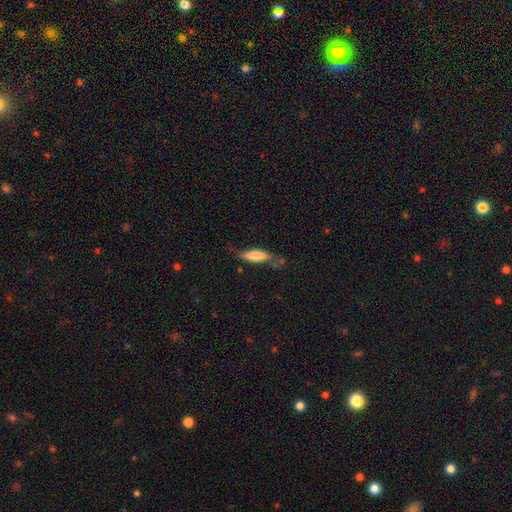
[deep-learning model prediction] A smooth galaxy with no disk features (67%) that is cigar-shaped (66%).

Vote fractions:
- Smooth or featured? smooth: 67% / featured or disk: 26% / star or artifact: 6%
- How rounded? cigar-shaped: 66% / in between: 32% / round: 2%
- Merging? none: 57% / minor disturbance: 27% / major disturbance: 9% / merger: 7%